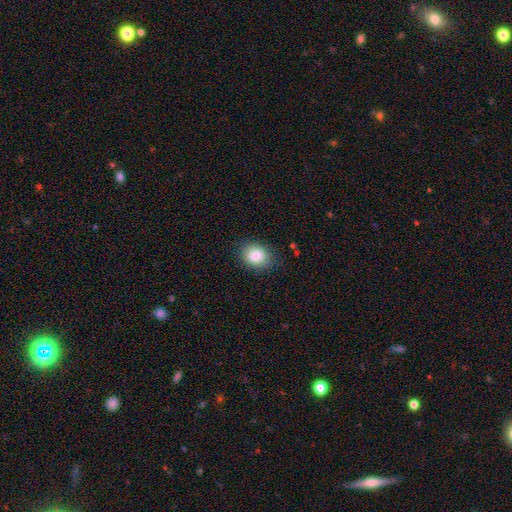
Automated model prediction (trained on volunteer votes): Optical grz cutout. It shows a smooth galaxy with no disk features (85%) that is round (54%). Merging: none (80%).